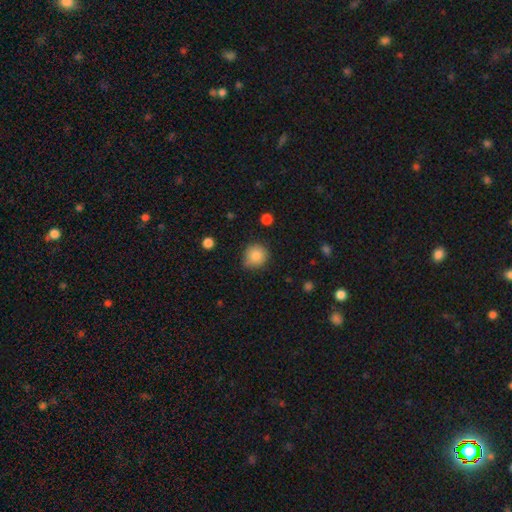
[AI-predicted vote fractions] The model was most divided on "merging": none: 79%, minor disturbance: 16%, major disturbance: 3%, merger: 2%. More confident: how rounded — round (90%); smooth or featured — smooth (85%).